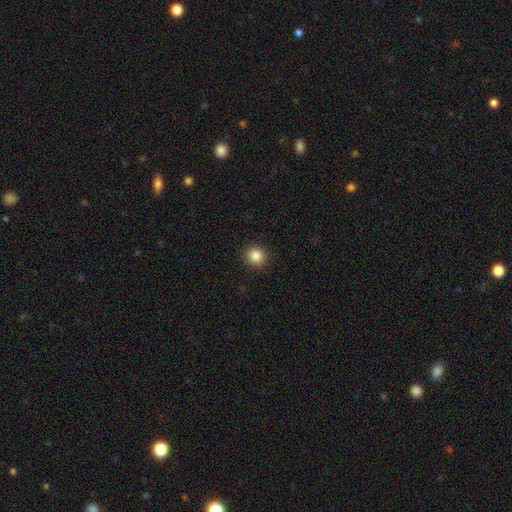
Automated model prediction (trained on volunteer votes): Smooth or featured: smooth — 86% (star or artifact — 10%)
How rounded: round — 91% (in between — 8%)
Merging: none — 92% (minor disturbance — 6%)